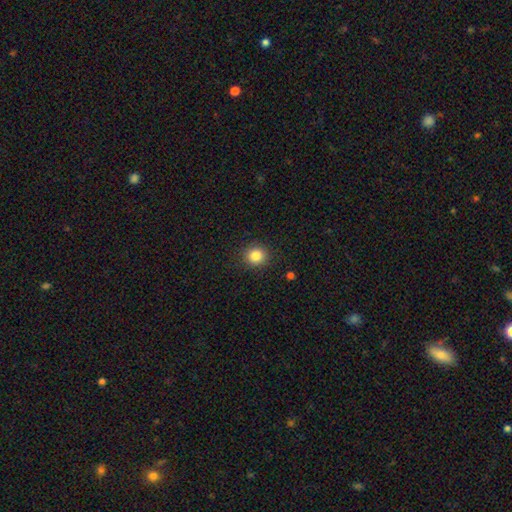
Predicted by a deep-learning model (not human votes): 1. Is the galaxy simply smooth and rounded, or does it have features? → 85% smooth, 11% star or artifact, 5% featured or disk.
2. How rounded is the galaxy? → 89% round, 10% in between, 1% cigar-shaped.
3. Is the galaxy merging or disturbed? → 90% none, 7% minor disturbance, 2% major disturbance, 1% merger.